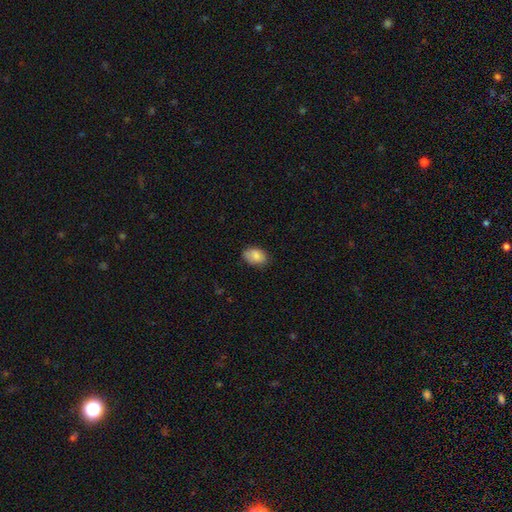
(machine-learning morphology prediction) type=smooth (86%); roundness=in between (84%); merging=none (74%).